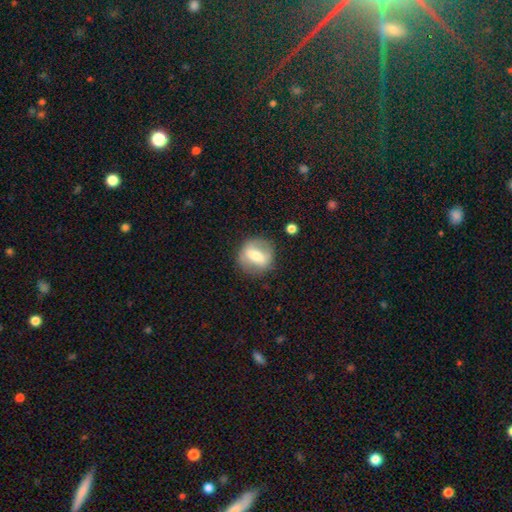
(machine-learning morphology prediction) A smooth galaxy with no disk features (50%). Merging: none (77%).